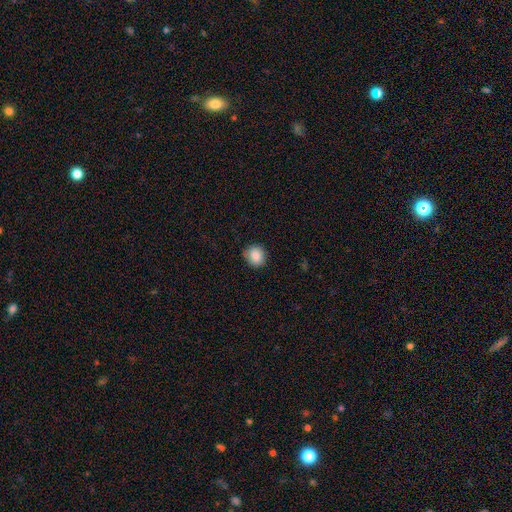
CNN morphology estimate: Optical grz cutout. It shows a smooth galaxy with no disk features (88%) that is round (82%). Merging: none (83%).